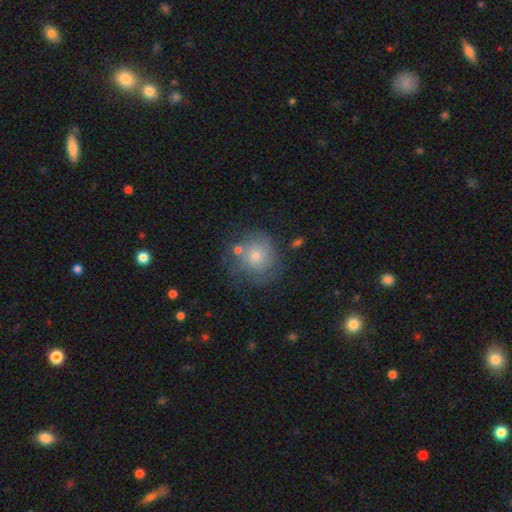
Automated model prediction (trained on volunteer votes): Q: Smooth or featured?
A: smooth (53%); runner-up: featured or disk (36%)
Q: How rounded?
A: round (88%); runner-up: in between (11%)
Q: Merging?
A: none (66%); runner-up: minor disturbance (20%)